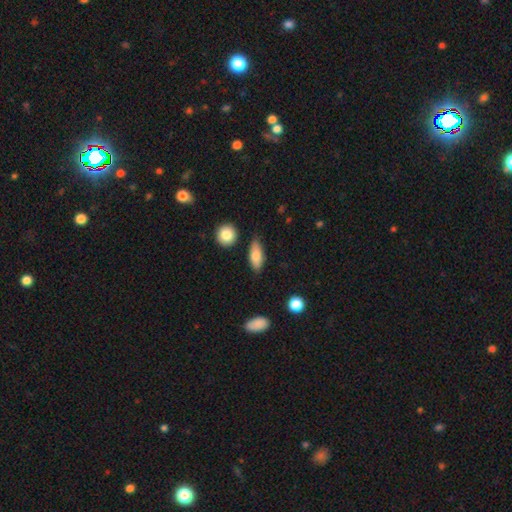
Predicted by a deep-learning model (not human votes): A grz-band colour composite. It shows a smooth galaxy with no disk features (76%) that is in between round and cigar-shaped (74%). Merging: none (77%).